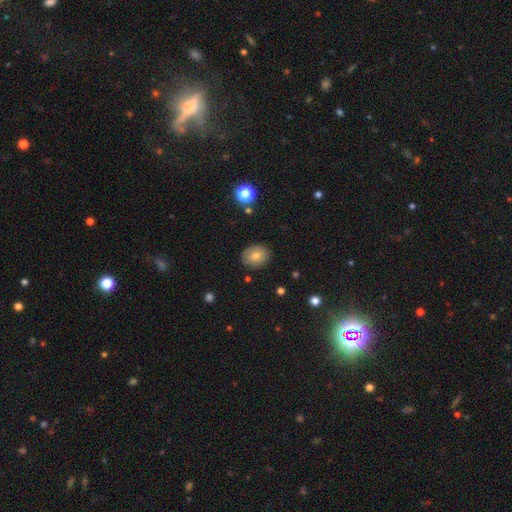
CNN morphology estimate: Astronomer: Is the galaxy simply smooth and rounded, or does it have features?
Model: smooth — 76%.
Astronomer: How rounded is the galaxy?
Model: round — 53% (runner-up: in between, 46%).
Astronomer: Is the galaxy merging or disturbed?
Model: none — 87%.